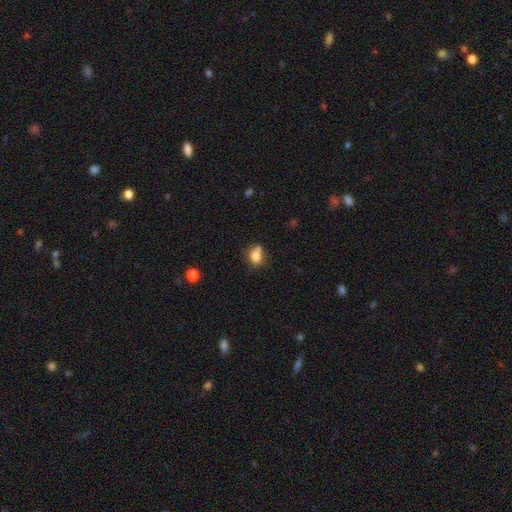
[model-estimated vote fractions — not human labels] Morphology: type=smooth (78%); roundness=round (49%, tied with in between); merging=none (48%).